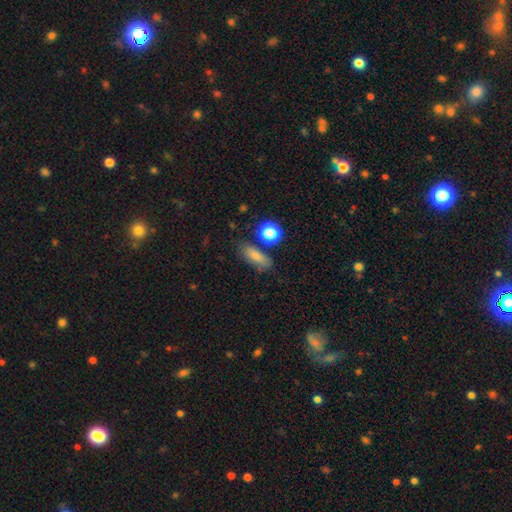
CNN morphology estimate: Smooth or featured? Predicted: smooth (p=0.79). How rounded? Predicted: in between (p=0.61). Merging? Predicted: none (p=0.73).